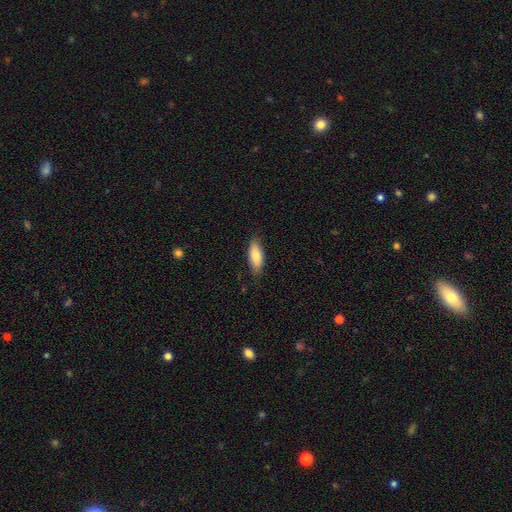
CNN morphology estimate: A smooth galaxy with no disk features (80%) that is in between round and cigar-shaped (75%).

Vote fractions:
- Smooth or featured? smooth: 80% / featured or disk: 14% / star or artifact: 6%
- How rounded? in between: 75% / cigar-shaped: 23% / round: 2%
- Merging? none: 83% / minor disturbance: 14% / major disturbance: 2% / merger: 1%